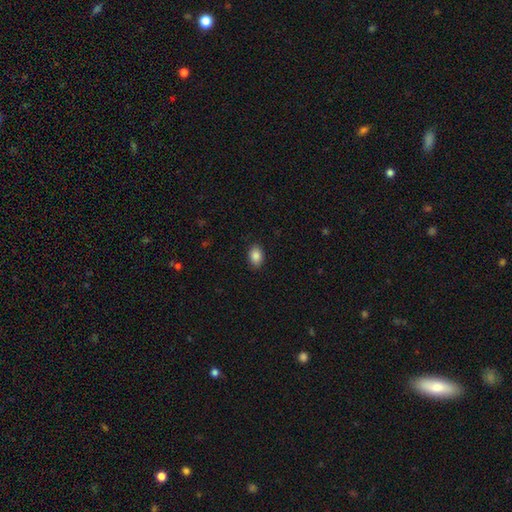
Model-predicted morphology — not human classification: Smooth or featured? smooth (88%)
How rounded? in between (82%)
Merging? none (88%)